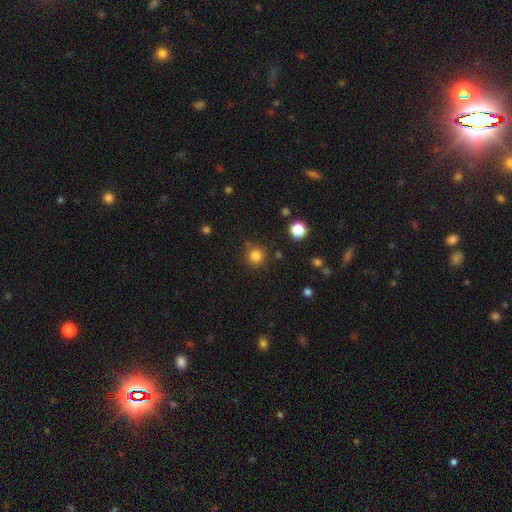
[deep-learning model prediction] Morphology: type=smooth (82%); roundness=round (94%); merging=none (84%).